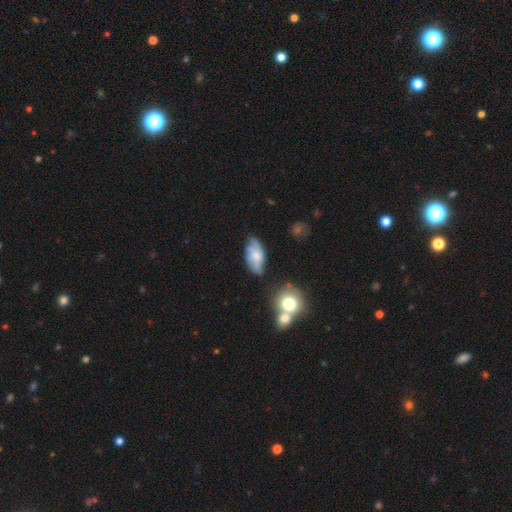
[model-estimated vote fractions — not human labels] Smooth or featured: featured or disk — 48% (smooth — 44%)
Merging: none — 58% (minor disturbance — 28%)